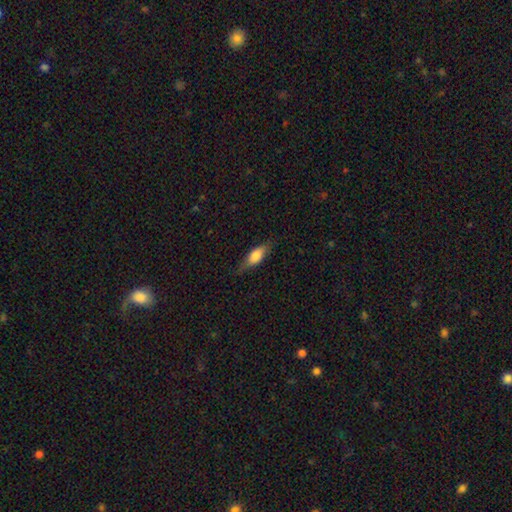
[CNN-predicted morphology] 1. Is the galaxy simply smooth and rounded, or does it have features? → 73% smooth, 21% featured or disk, 6% star or artifact.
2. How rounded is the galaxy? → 70% in between, 27% cigar-shaped, 3% round.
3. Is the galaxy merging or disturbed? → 73% none, 21% minor disturbance, 5% major disturbance, 1% merger.